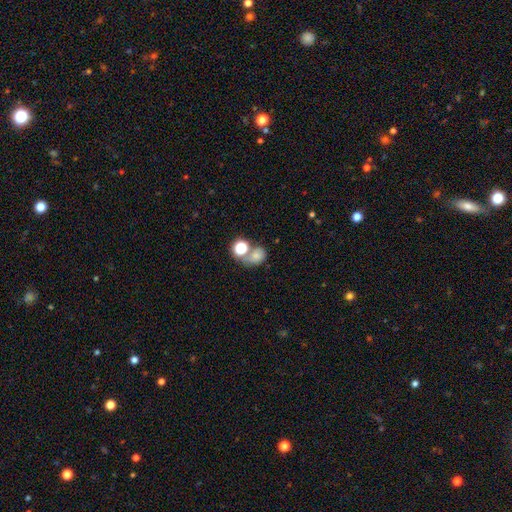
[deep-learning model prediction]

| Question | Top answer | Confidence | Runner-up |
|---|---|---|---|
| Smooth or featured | smooth | 68% | star or artifact (17%) |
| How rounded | round | 59% | in between (40%) |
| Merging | merger | 45% | none (34%) |